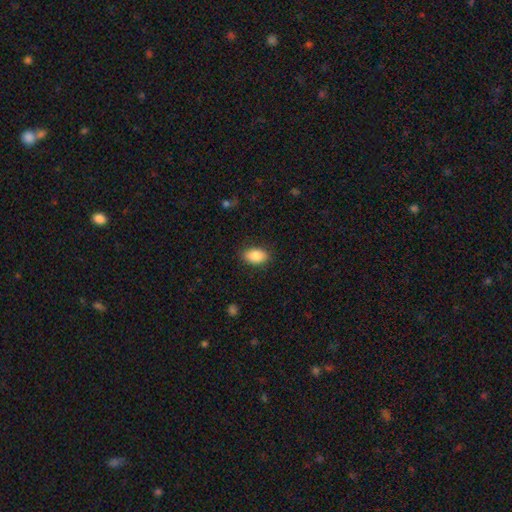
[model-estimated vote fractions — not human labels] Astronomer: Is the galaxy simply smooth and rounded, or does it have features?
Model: smooth — 88%.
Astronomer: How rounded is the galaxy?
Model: in between — 90%.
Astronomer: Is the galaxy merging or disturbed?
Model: none — 86%.